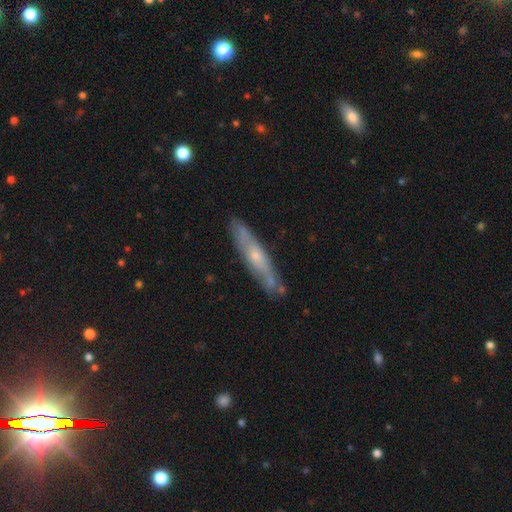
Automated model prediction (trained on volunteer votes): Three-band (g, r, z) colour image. It shows a featured or disk galaxy (57%) viewed edge-on (64%). Merging: none (76%).